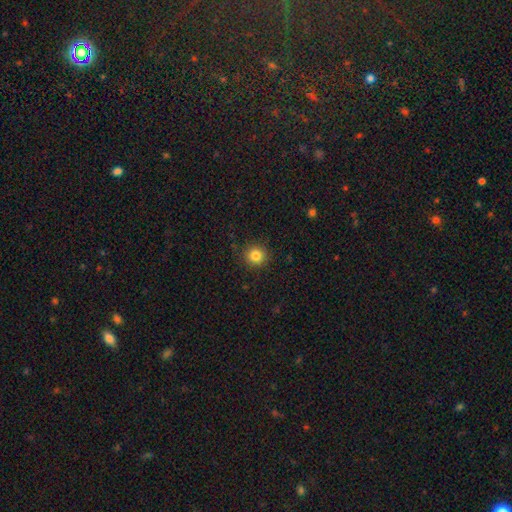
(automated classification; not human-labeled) Smooth or featured?
  - smooth: 83% *
  - star or artifact: 12%
  - featured or disk: 5%
How rounded?
  - round: 93% *
  - in between: 6%
  - cigar-shaped: 1%
Merging?
  - none: 90% *
  - minor disturbance: 7%
  - major disturbance: 2%
  - merger: 1%